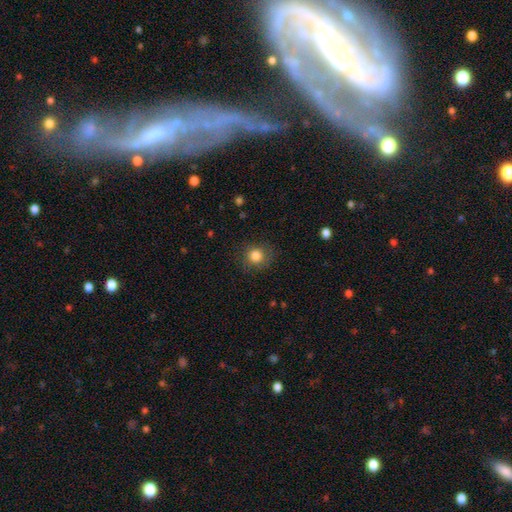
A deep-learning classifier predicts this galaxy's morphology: Smooth or featured? smooth (84%)
How rounded? round (88%)
Merging? none (84%)